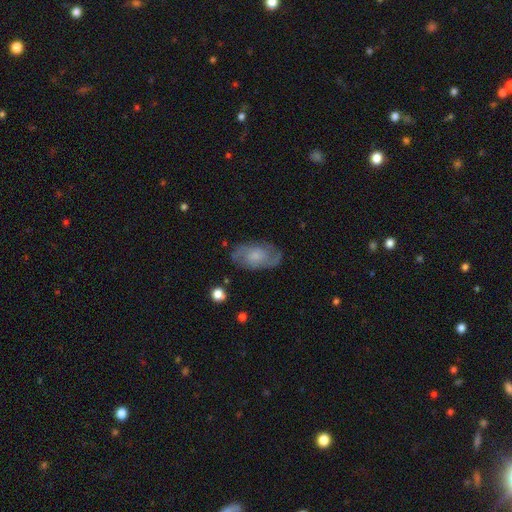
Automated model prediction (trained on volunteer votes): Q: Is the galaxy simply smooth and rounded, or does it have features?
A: featured or disk — 66%.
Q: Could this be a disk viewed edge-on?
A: no — 95%.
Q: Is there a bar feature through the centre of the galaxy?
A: no — 67%.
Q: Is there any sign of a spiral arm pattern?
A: yes — 88%.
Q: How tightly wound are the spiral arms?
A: medium — 46%.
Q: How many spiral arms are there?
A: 2 — 73%.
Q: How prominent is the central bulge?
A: small — 41%.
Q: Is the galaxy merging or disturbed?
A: none — 77%.